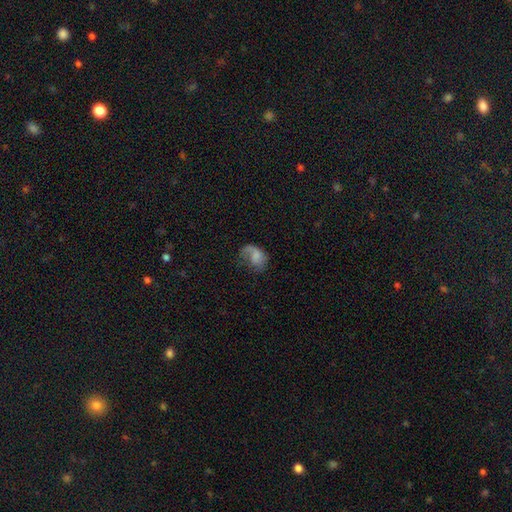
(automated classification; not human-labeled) This appears to be a smooth galaxy with no disk features (50%) that is in between round and cigar-shaped (74%). Merging: major disturbance (44%).